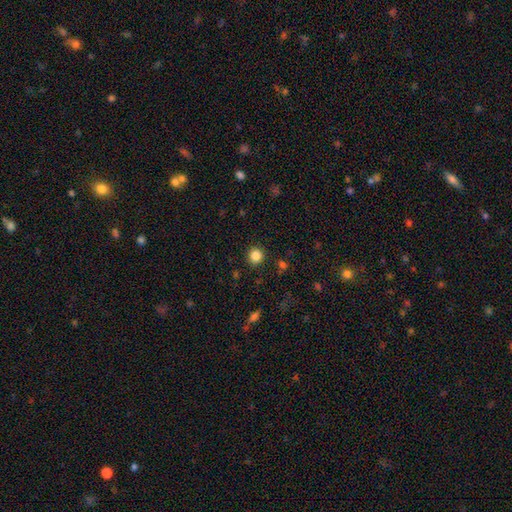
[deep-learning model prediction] smooth-or-featured: smooth: 84% | star or artifact: 11% | featured or disk: 4%
  how-rounded: round: 93% | in between: 6% | cigar-shaped: 1%
  merging: none: 91% | minor disturbance: 5% | major disturbance: 2% | merger: 1%